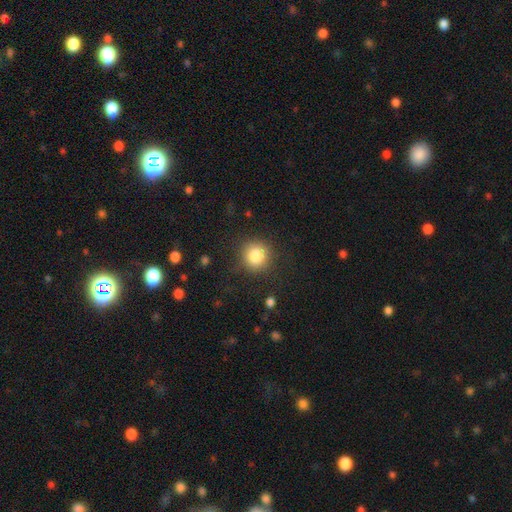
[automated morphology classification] smooth 83%, star or artifact 10%, featured or disk 7%. Down the decision tree: how rounded — round (91%); merging — none (86%).